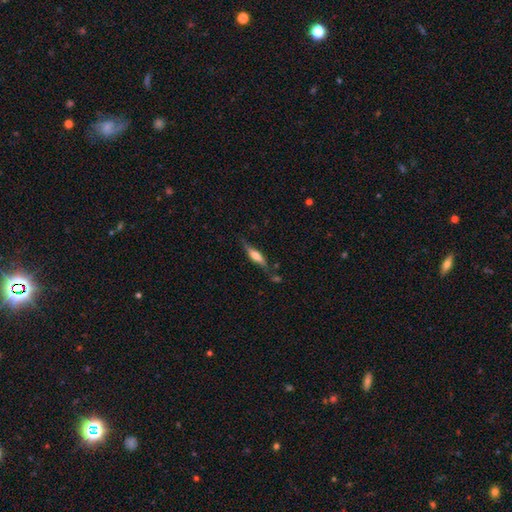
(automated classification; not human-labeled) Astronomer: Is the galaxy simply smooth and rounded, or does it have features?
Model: featured or disk — 49% (runner-up: smooth, 44%).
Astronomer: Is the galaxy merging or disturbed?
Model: none — 68%.